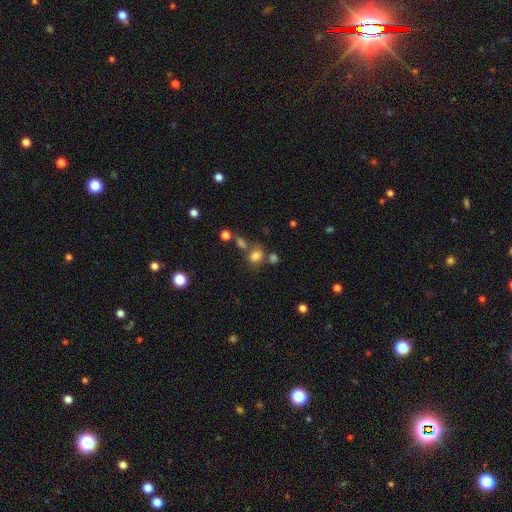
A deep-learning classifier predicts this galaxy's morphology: Smooth or featured?
  - smooth: 76% *
  - star or artifact: 16%
  - featured or disk: 8%
How rounded?
  - round: 61% *
  - in between: 37%
  - cigar-shaped: 1%
Merging?
  - none: 59% *
  - merger: 20%
  - minor disturbance: 13%
  - major disturbance: 7%